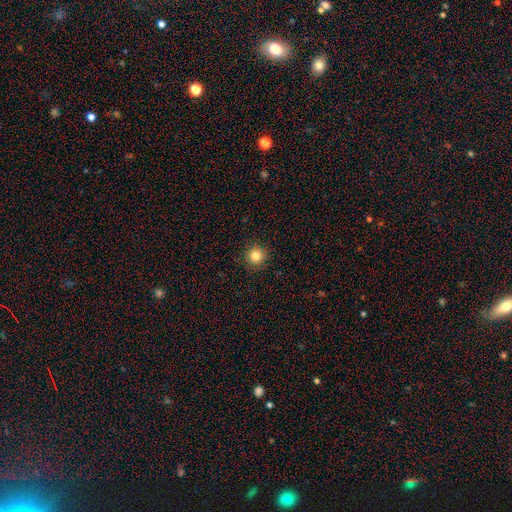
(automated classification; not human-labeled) smooth 84%, star or artifact 11%, featured or disk 5%. Down the decision tree: how rounded — round (95%); merging — none (92%).